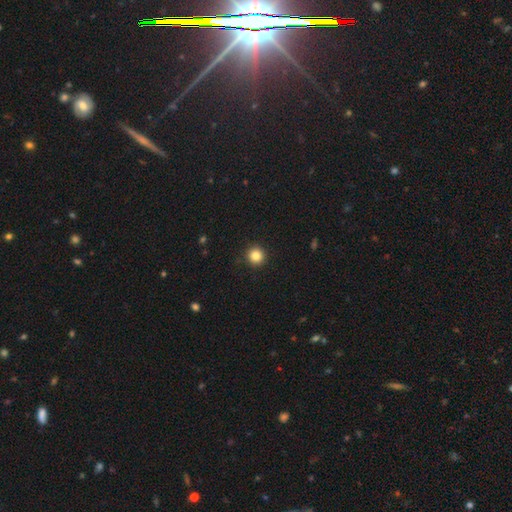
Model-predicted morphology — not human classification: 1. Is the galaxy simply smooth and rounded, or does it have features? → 84% smooth, 11% star or artifact, 5% featured or disk.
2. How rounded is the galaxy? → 95% round, 4% in between, 1% cigar-shaped.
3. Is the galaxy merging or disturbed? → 92% none, 5% minor disturbance, 2% major disturbance, 1% merger.